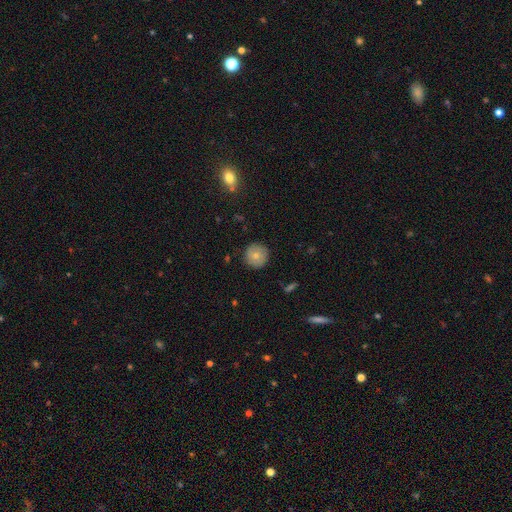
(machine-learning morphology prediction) Smooth or featured? Predicted: smooth (p=0.71). How rounded? Predicted: round (p=0.95). Merging? Predicted: none (p=0.88).